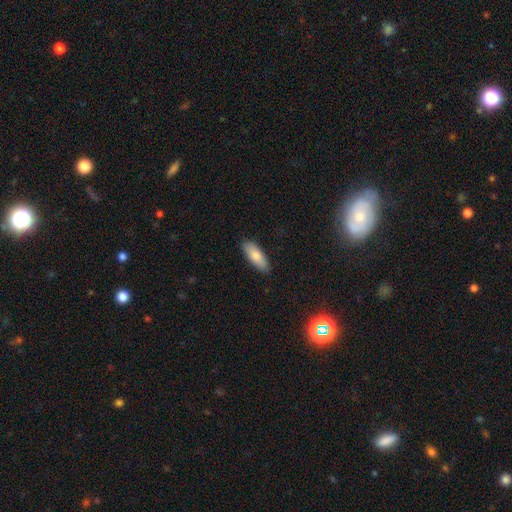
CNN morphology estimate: Q: Smooth or featured?
A: smooth (80%); runner-up: featured or disk (14%)
Q: How rounded?
A: in between (71%); runner-up: cigar-shaped (27%)
Q: Merging?
A: none (88%); runner-up: minor disturbance (10%)